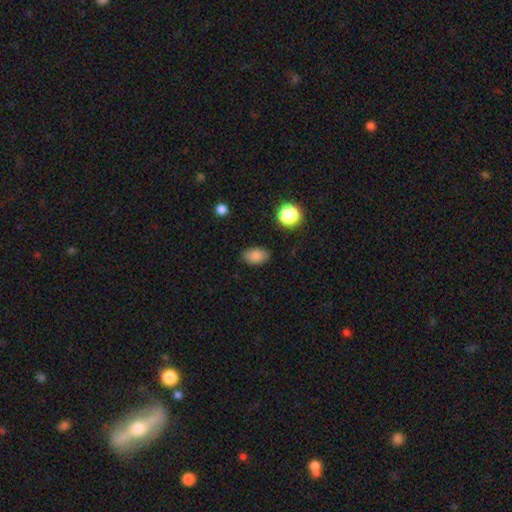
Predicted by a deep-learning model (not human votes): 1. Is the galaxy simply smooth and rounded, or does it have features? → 85% smooth, 10% star or artifact, 5% featured or disk.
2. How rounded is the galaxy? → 88% in between, 10% round, 1% cigar-shaped.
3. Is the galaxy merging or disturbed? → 86% none, 10% minor disturbance, 3% major disturbance, 1% merger.